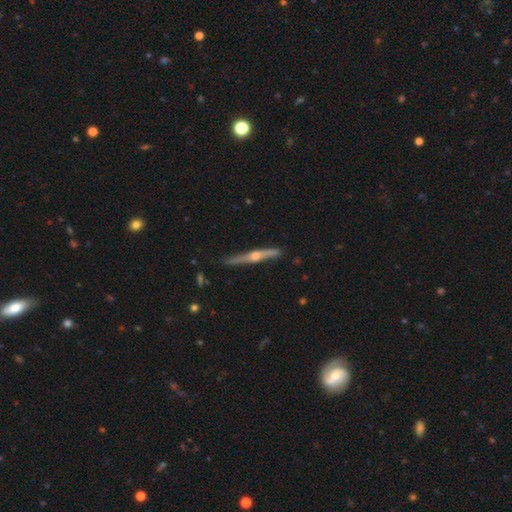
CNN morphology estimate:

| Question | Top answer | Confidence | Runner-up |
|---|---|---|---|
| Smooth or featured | featured or disk | 82% | smooth (13%) |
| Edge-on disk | yes | 98% | no (2%) |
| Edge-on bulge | rounded | 89% | boxy (6%) |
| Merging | none | 87% | minor disturbance (10%) |